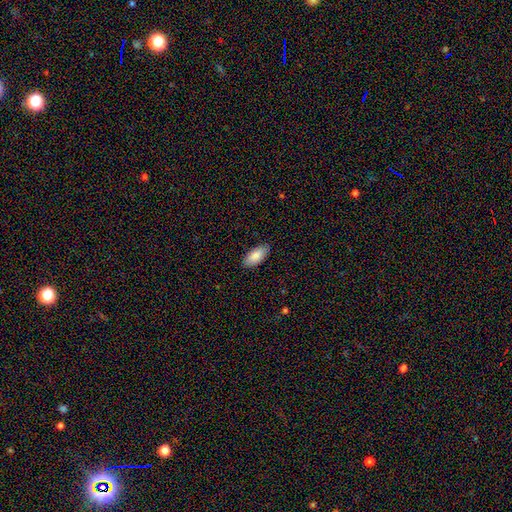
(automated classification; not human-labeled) Smooth or featured: smooth — 87% (featured or disk — 7%)
How rounded: in between — 89% (cigar-shaped — 9%)
Merging: none — 87% (minor disturbance — 10%)